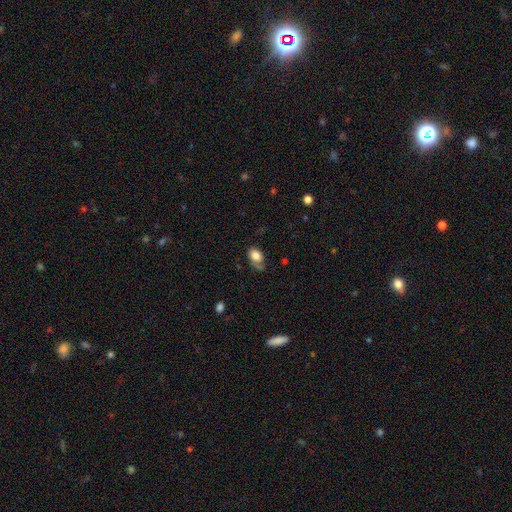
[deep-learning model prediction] The model was most divided on "merging": none: 45%, minor disturbance: 31%, major disturbance: 21%, merger: 3%. More confident: how rounded — in between (84%); smooth or featured — smooth (75%).